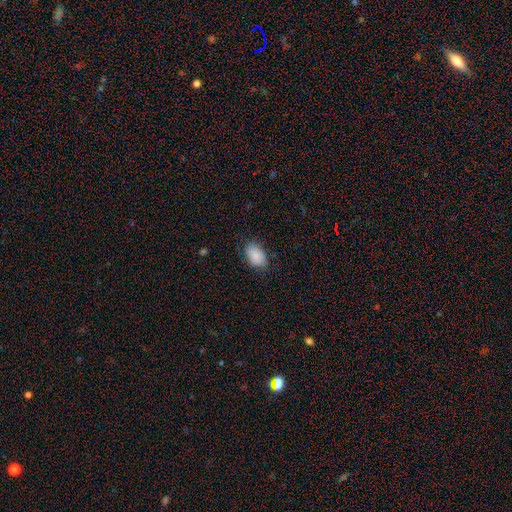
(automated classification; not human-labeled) This is clearly a smooth galaxy (87%). How rounded: clearly in between (89%). Merging: likely none (78%).